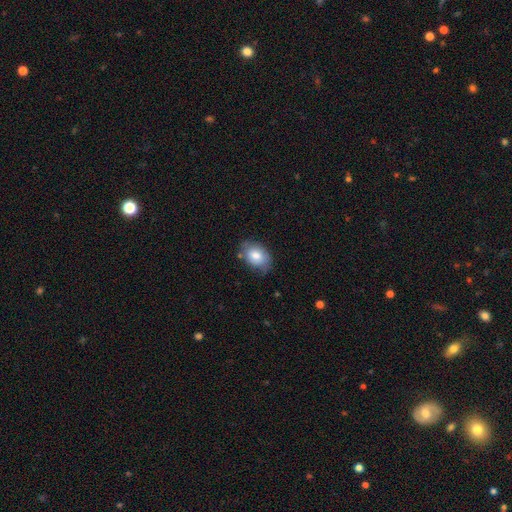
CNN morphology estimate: smooth 78%, featured or disk 14%, star or artifact 7%. Down the decision tree: how rounded — in between (80%); merging — none (68%).